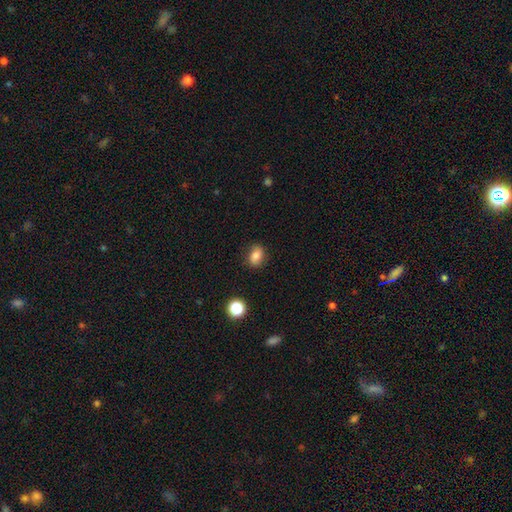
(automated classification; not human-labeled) Morphology: type=smooth (80%); roundness=in between (65%); merging=none (83%).